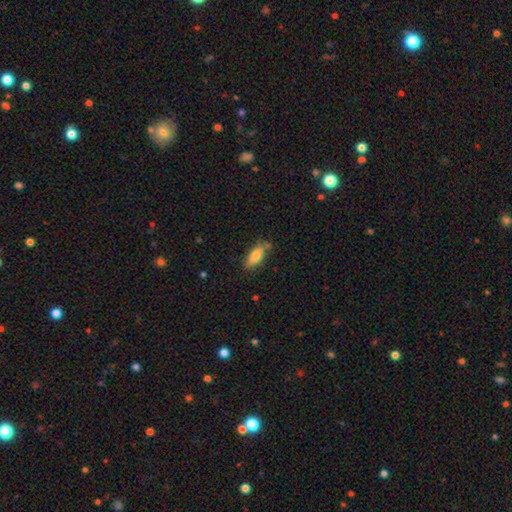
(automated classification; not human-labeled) Smooth or featured?
  - smooth: 82% *
  - featured or disk: 11%
  - star or artifact: 7%
How rounded?
  - in between: 76% *
  - cigar-shaped: 22%
  - round: 2%
Merging?
  - none: 69% *
  - minor disturbance: 20%
  - merger: 7%
  - major disturbance: 4%